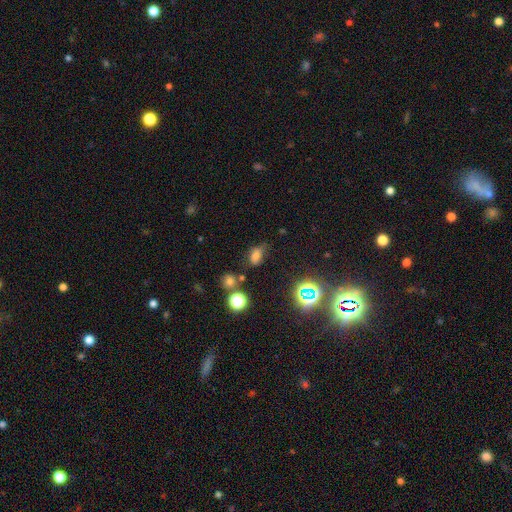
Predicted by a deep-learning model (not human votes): Smooth or featured? smooth (62%)
How rounded? in between (79%)
Merging? none (60%)